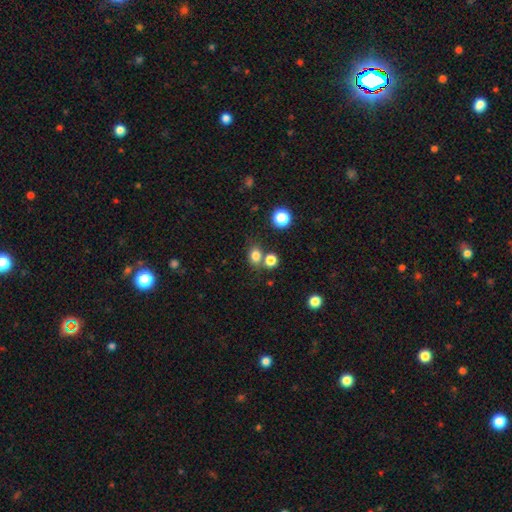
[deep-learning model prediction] The model was most divided on "how rounded": round: 55%, in between: 44%, cigar-shaped: 1%. More confident: smooth or featured — smooth (79%); merging — none (63%).